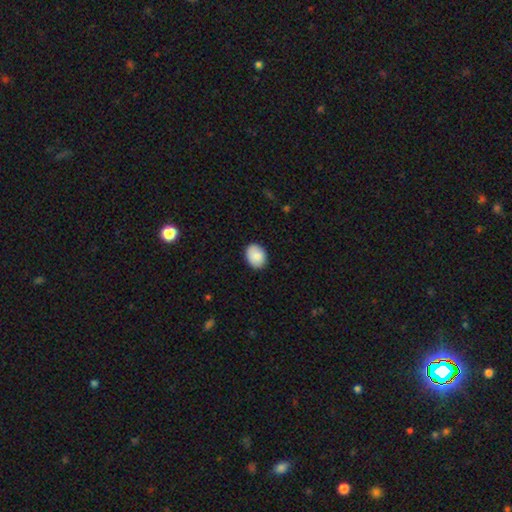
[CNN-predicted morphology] type=smooth (87%); roundness=in between (62%); merging=none (88%).